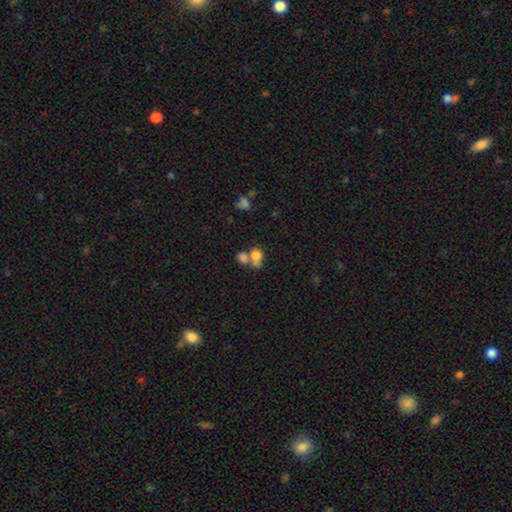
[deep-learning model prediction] smooth 74%, featured or disk 14%, star or artifact 12%. Down the decision tree: how rounded — round (50%); merging — merger (57%).